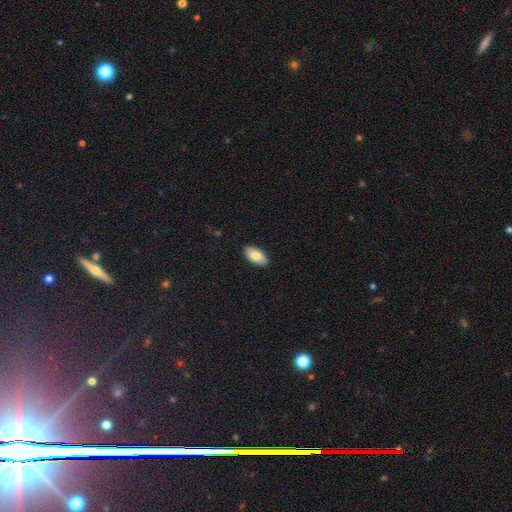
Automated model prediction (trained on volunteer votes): Smooth or featured?
  - smooth: 78% *
  - featured or disk: 16%
  - star or artifact: 6%
How rounded?
  - in between: 94% *
  - cigar-shaped: 3%
  - round: 3%
Merging?
  - none: 90% *
  - minor disturbance: 8%
  - major disturbance: 2%
  - merger: 1%